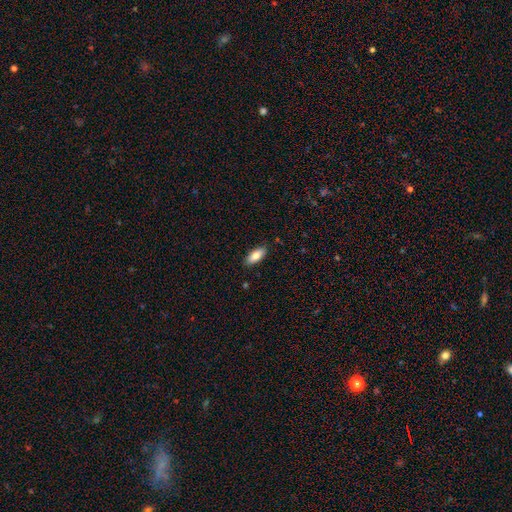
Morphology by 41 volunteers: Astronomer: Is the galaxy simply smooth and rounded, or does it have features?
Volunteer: smooth — 73%.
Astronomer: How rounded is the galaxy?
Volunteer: in between — 73%.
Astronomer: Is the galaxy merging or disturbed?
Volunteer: none — 87%.